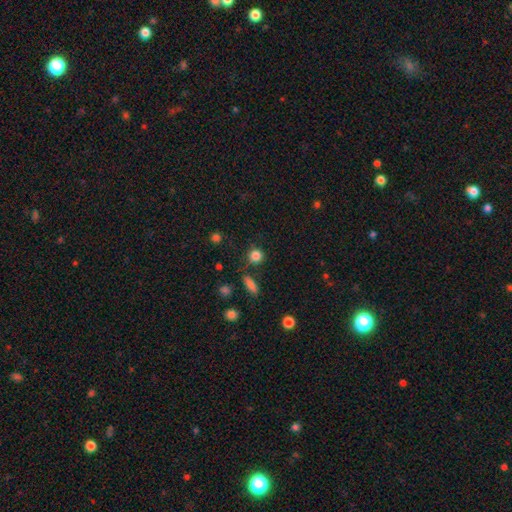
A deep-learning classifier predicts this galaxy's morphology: Q: Smooth or featured?
A: smooth (84%); runner-up: star or artifact (11%)
Q: How rounded?
A: round (88%); runner-up: in between (11%)
Q: Merging?
A: none (80%); runner-up: minor disturbance (11%)